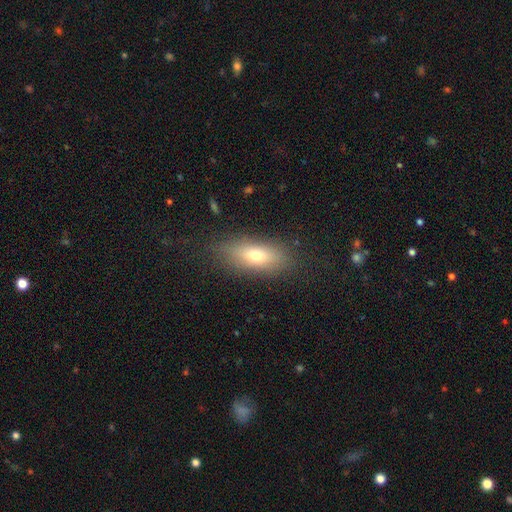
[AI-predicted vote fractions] Smooth or featured? Predicted: smooth (p=0.68). How rounded? Predicted: in between (p=0.71). Merging? Predicted: none (p=0.82).